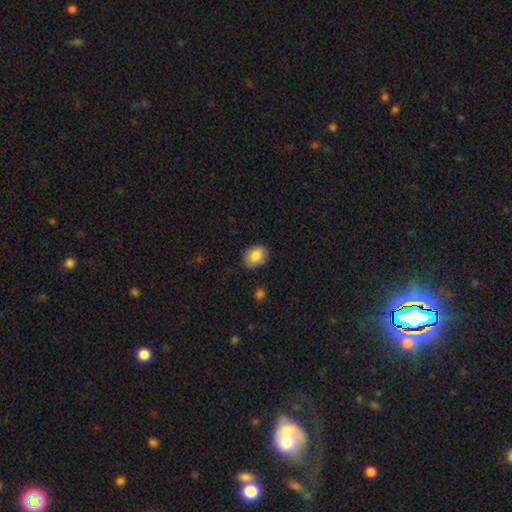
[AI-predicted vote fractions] Morphology: type=smooth (85%); roundness=in between (69%); merging=none (83%).